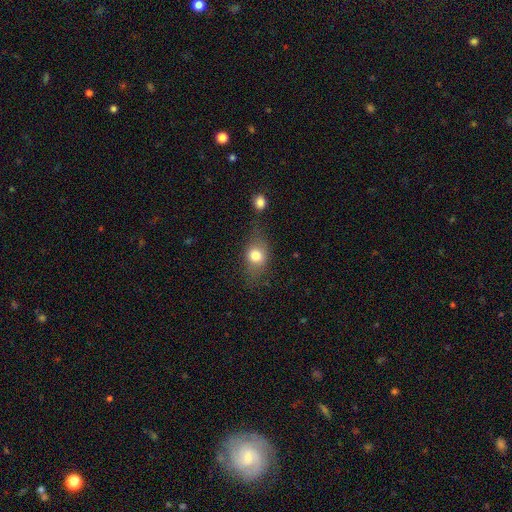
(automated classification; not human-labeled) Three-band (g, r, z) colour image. It shows a smooth galaxy with no disk features (74%) that is in between round and cigar-shaped (56%). Merging: none (60%).